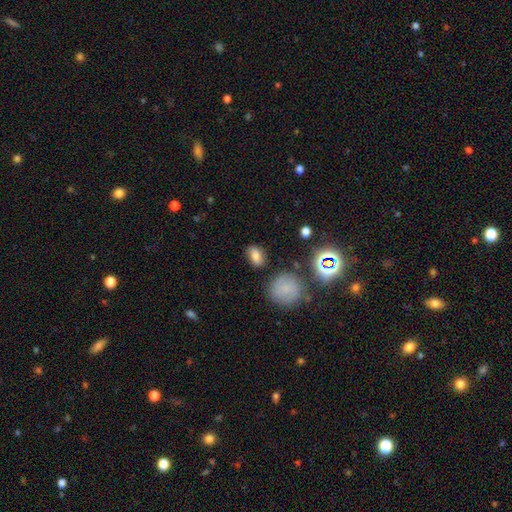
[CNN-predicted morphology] A smooth galaxy with no disk features (76%) that is in between round and cigar-shaped (81%). Merging: none (79%).